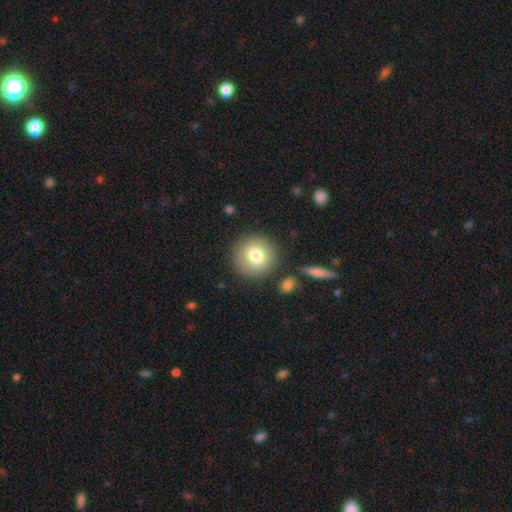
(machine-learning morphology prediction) Smooth or featured? Predicted: smooth (p=0.78). How rounded? Predicted: round (p=0.94). Merging? Predicted: none (p=0.83).